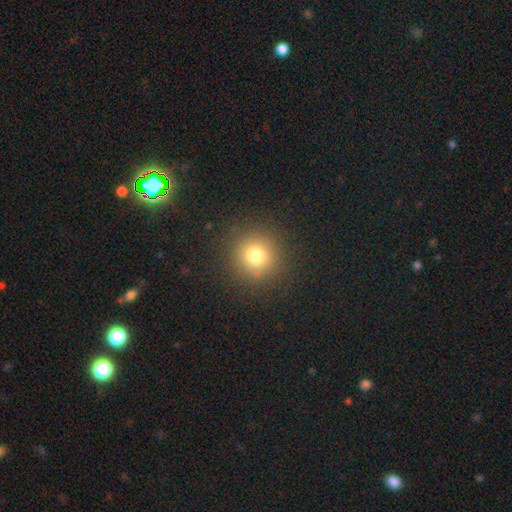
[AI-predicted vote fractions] Smooth or featured? Predicted: smooth (p=0.75). How rounded? Predicted: round (p=0.93). Merging? Predicted: none (p=0.88).